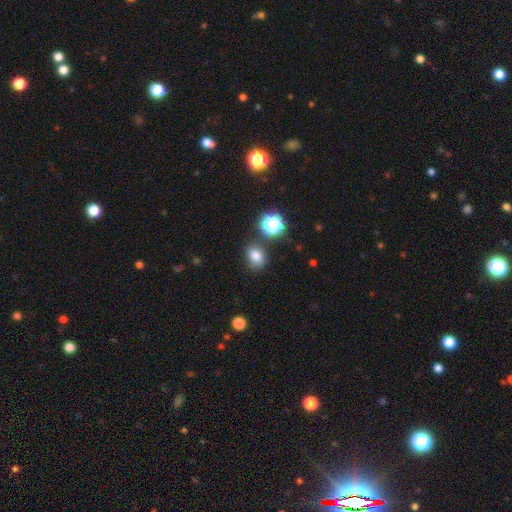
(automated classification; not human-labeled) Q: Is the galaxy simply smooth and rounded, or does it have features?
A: smooth — 78%.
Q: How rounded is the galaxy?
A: in between — 57%.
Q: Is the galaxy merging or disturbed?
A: none — 74%.